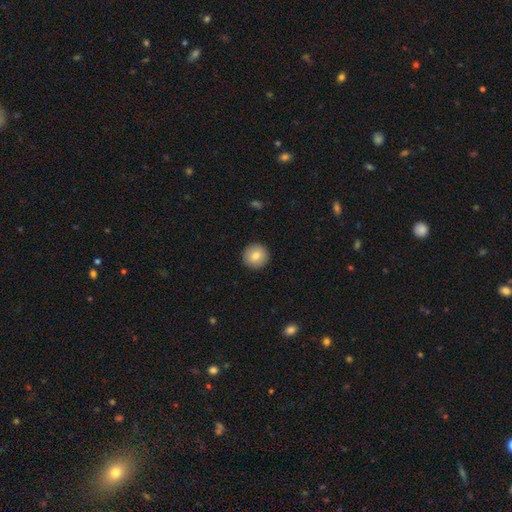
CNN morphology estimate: The model was most divided on "smooth or featured": smooth: 82%, featured or disk: 10%, star or artifact: 8%. More confident: how rounded — round (96%); merging — none (93%).